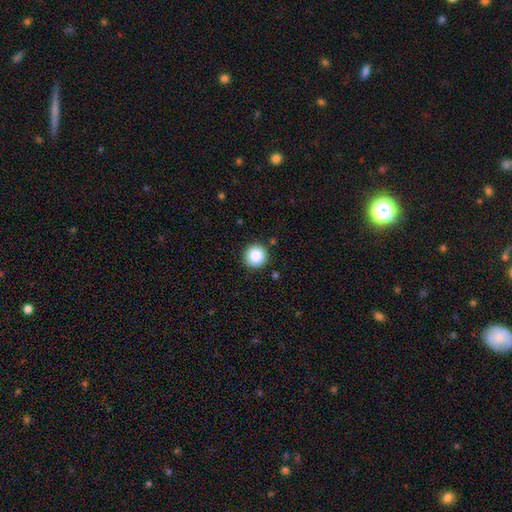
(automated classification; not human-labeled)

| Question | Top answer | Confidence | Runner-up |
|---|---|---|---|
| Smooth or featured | smooth | 86% | star or artifact (10%) |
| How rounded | round | 96% | in between (3%) |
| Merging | none | 91% | minor disturbance (6%) |